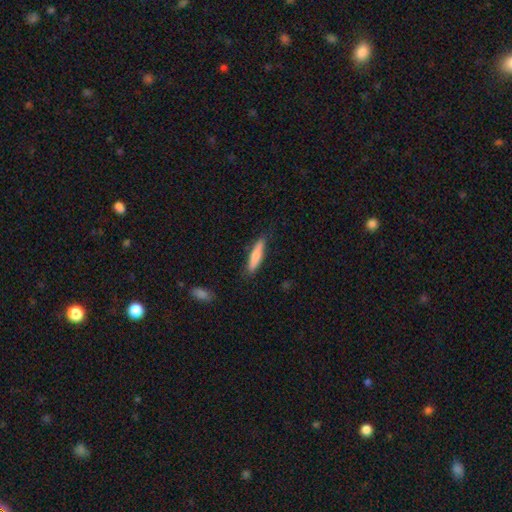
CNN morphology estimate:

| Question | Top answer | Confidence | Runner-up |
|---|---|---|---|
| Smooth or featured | smooth | 76% | featured or disk (19%) |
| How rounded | cigar-shaped | 82% | in between (17%) |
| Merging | none | 84% | minor disturbance (12%) |